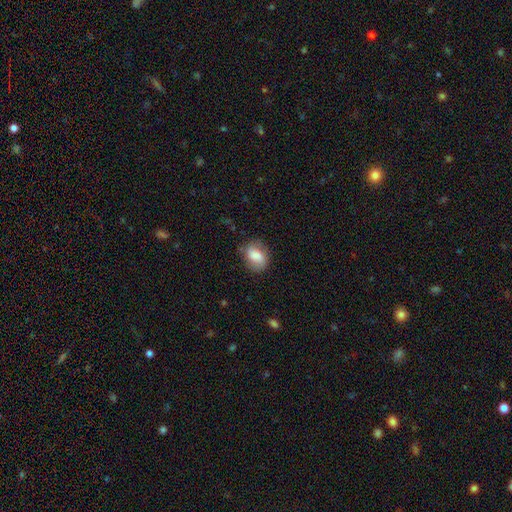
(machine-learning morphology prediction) This appears to be a smooth galaxy with no disk features (81%) that is in between round and cigar-shaped (70%). Merging: none (70%).